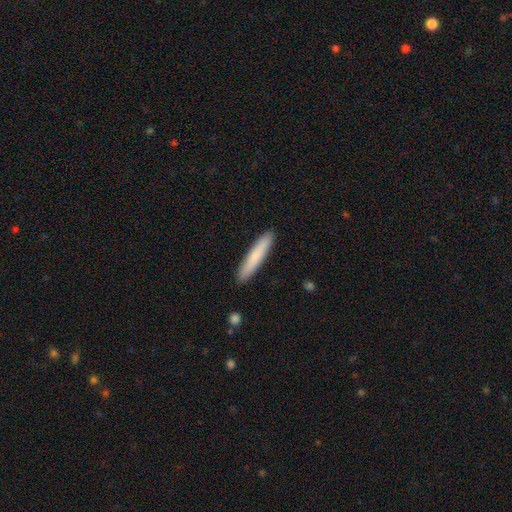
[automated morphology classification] This is likely a smooth galaxy (80%). How rounded: clearly cigar-shaped (93%). Merging: clearly none (92%).